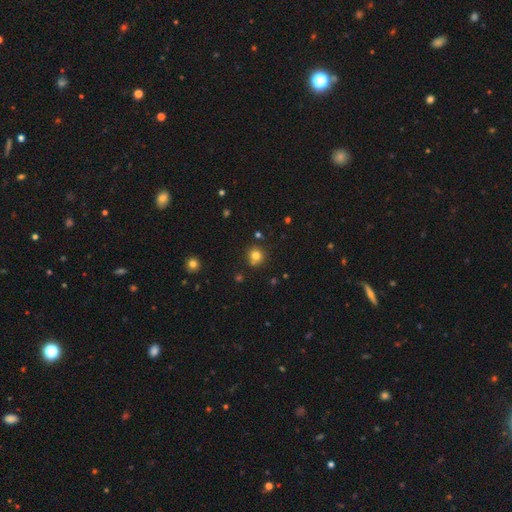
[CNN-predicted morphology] Smooth or featured? Predicted: smooth (p=0.79). How rounded? Predicted: round (p=0.90). Merging? Predicted: none (p=0.78).